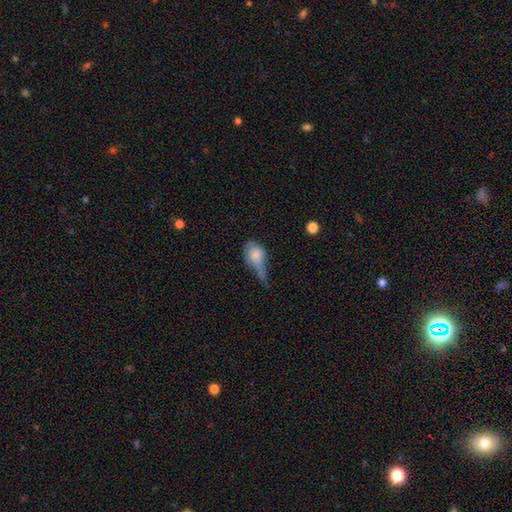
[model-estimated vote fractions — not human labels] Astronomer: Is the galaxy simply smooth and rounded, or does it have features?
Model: smooth — 70%.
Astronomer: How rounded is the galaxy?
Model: in between — 72%.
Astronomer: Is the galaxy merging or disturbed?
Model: major disturbance — 39% (runner-up: minor disturbance, 30%).